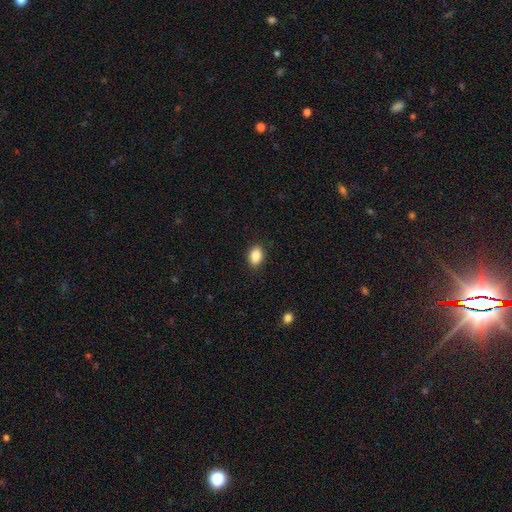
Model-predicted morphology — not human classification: type=smooth (87%); roundness=in between (78%); merging=none (89%).